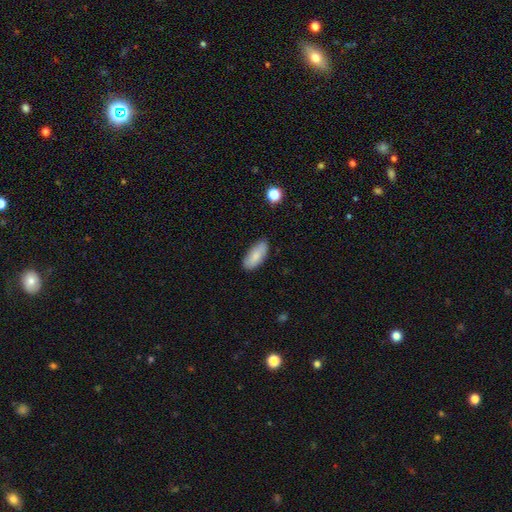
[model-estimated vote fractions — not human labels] Smooth or featured?
  - smooth: 80% *
  - featured or disk: 14%
  - star or artifact: 6%
How rounded?
  - in between: 86% *
  - cigar-shaped: 12%
  - round: 2%
Merging?
  - none: 81% *
  - minor disturbance: 15%
  - major disturbance: 3%
  - merger: 1%